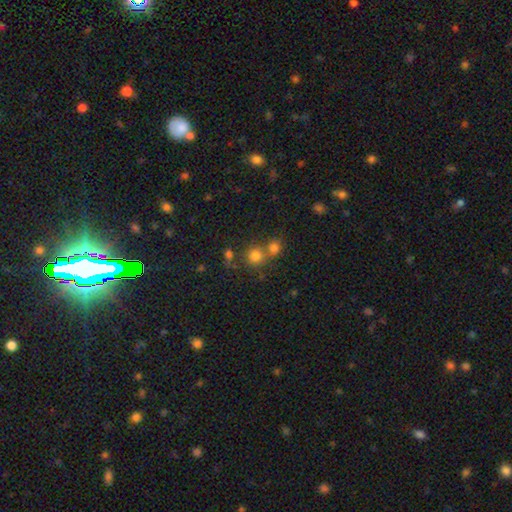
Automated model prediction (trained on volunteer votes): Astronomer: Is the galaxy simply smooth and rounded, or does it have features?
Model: smooth — 75%.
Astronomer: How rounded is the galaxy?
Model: round — 88%.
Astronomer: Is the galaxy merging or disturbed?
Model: none — 55% (runner-up: merger, 35%).